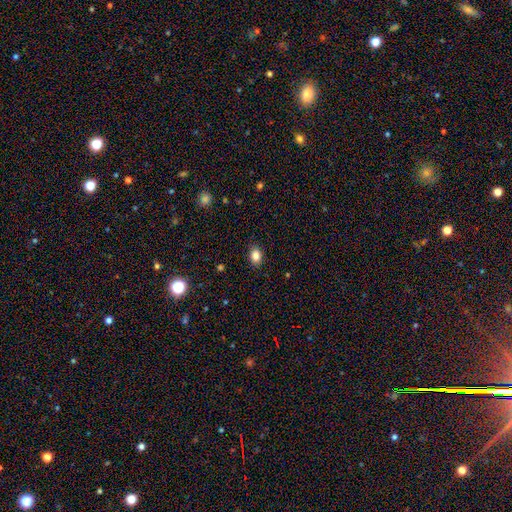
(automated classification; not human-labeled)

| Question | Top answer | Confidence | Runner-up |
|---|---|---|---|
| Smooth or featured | smooth | 85% | star or artifact (10%) |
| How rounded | in between | 73% | round (26%) |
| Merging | none | 88% | minor disturbance (9%) |